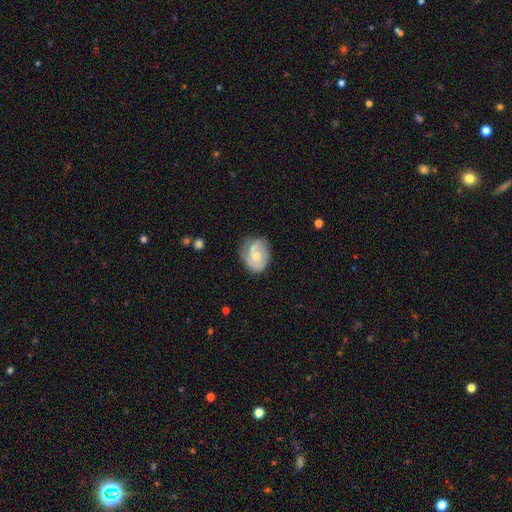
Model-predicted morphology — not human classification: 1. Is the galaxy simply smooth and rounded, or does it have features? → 57% featured or disk, 37% smooth, 6% star or artifact.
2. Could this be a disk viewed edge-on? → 97% no, 3% yes.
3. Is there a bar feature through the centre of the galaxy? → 71% no, 25% weak, 4% strong.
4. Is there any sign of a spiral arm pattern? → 79% yes, 21% no.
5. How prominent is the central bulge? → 47% moderate, 45% small, 4% none, 3% large, 1% dominant.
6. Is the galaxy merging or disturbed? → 61% none, 27% minor disturbance, 10% major disturbance, 2% merger.